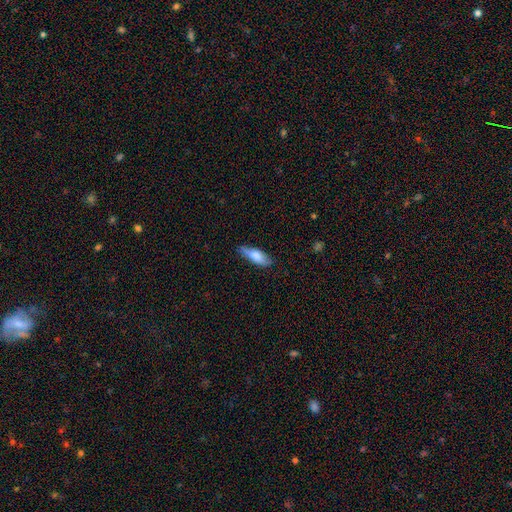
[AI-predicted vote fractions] smooth-or-featured: smooth: 70% | featured or disk: 24% | star or artifact: 6%
  how-rounded: in between: 52% | cigar-shaped: 46% | round: 2%
  merging: none: 77% | minor disturbance: 19% | major disturbance: 3% | merger: 1%